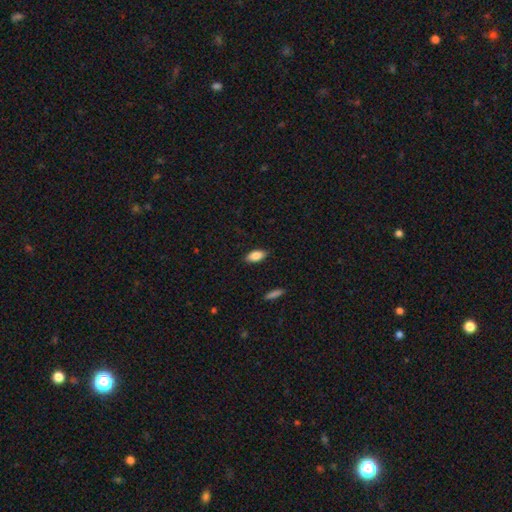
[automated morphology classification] A smooth galaxy with no disk features (87%) that is in between round and cigar-shaped (90%).

Vote fractions:
- Smooth or featured? smooth: 87% / star or artifact: 7% / featured or disk: 6%
- How rounded? in between: 90% / cigar-shaped: 7% / round: 3%
- Merging? none: 86% / minor disturbance: 11% / major disturbance: 2% / merger: 1%